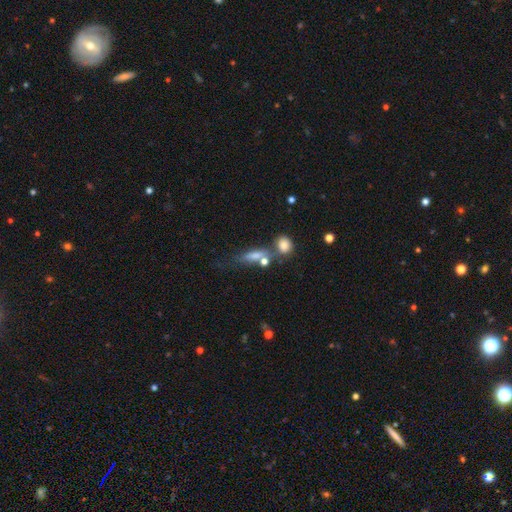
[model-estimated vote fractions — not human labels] smooth_or_featured: smooth (p=0.66) [alt: featured or disk p=0.21]
how_rounded: in between (p=0.46) [alt: cigar-shaped p=0.41]
merging: none (p=0.40) [alt: merger p=0.29]